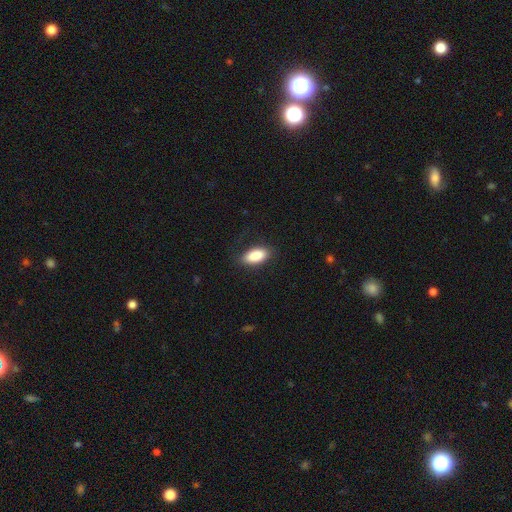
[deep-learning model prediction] A smooth galaxy with no disk features (88%) that is in between round and cigar-shaped (92%). Merging: none (80%).